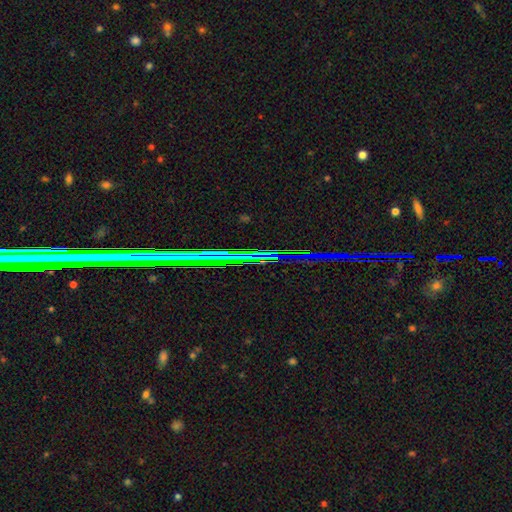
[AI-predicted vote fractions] Smooth or featured?
  - star or artifact: 77% *
  - featured or disk: 15%
  - smooth: 8%